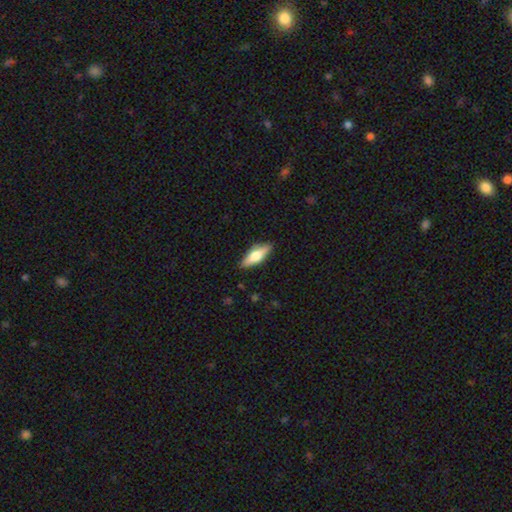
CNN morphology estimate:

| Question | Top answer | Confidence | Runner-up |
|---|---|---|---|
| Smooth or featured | smooth | 54% | featured or disk (40%) |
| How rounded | in between | 58% | cigar-shaped (40%) |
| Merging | none | 86% | minor disturbance (11%) |